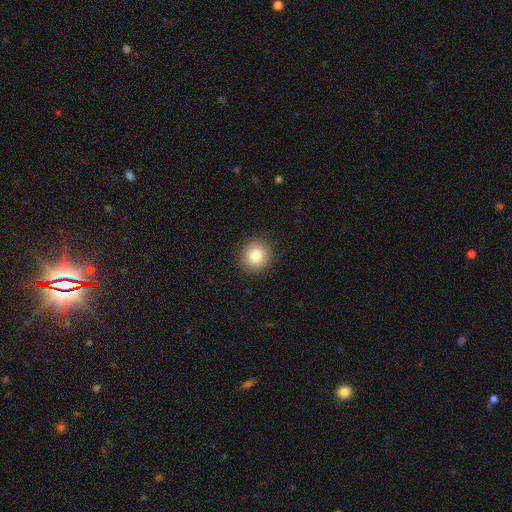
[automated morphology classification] type=smooth (81%); roundness=round (88%); merging=none (91%).